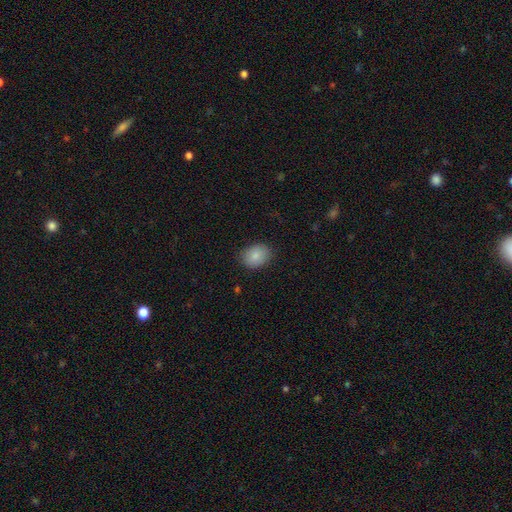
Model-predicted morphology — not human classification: Smooth or featured: smooth — 87% (star or artifact — 7%)
How rounded: in between — 65% (round — 34%)
Merging: none — 85% (minor disturbance — 11%)